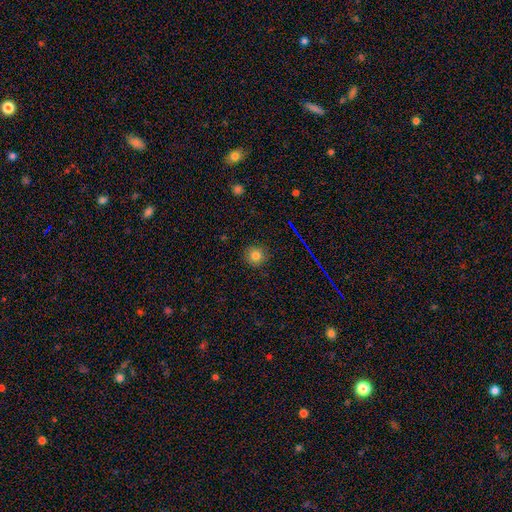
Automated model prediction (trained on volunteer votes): This appears to be a smooth galaxy with no disk features (78%) that is round (94%). Merging: none (90%).